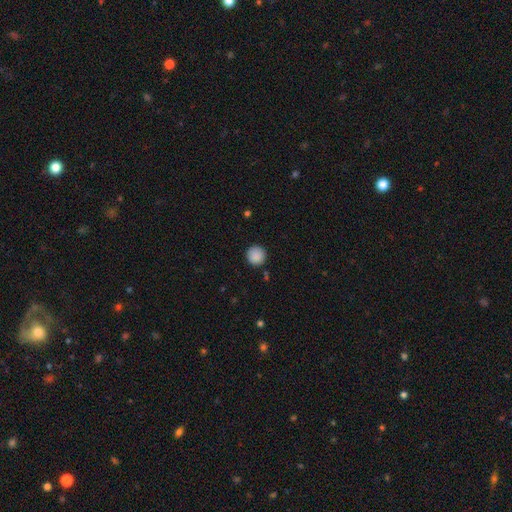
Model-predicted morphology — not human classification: Smooth or featured: smooth — 89% (star or artifact — 8%)
How rounded: round — 96% (in between — 4%)
Merging: none — 90% (minor disturbance — 6%)